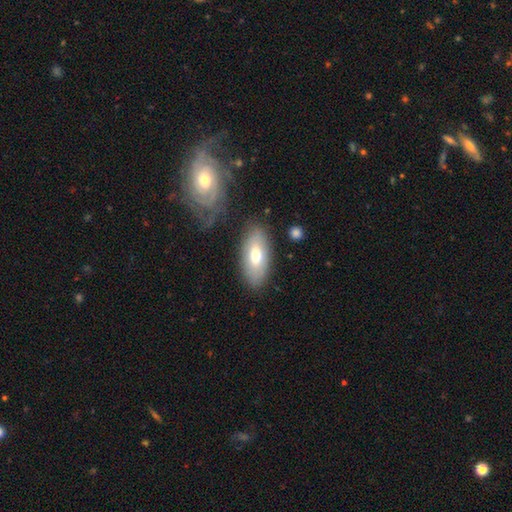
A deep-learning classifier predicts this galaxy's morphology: Smooth or featured: smooth — 67% (featured or disk — 26%)
How rounded: in between — 87% (cigar-shaped — 10%)
Merging: none — 80% (minor disturbance — 13%)